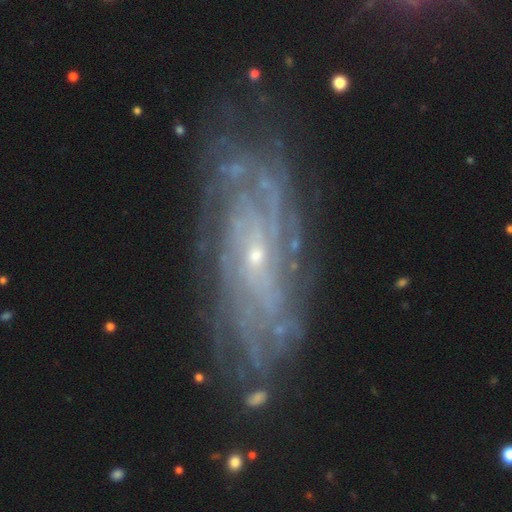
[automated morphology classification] This is clearly a featured or disk galaxy (85%). It is clearly not viewed edge-on (88%). Bar: likely no (66%). Spiral arm pattern: clearly yes (93%). Spiral arm count: possibly can't tell (45%). Spiral winding: likely tight (69%). Central bulge: likely small (79%). Merging: likely none (74%).